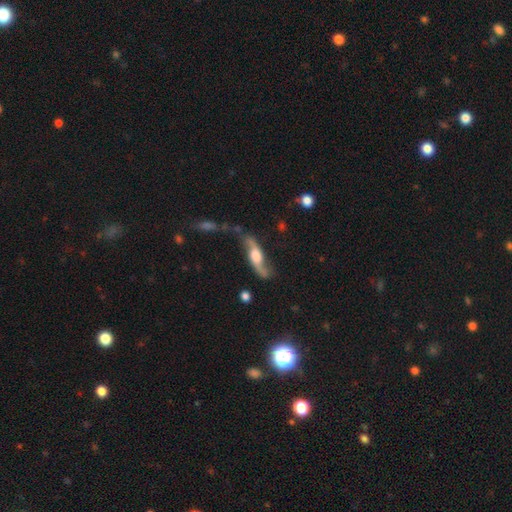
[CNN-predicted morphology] featured or disk 74%, smooth 20%, star or artifact 6%. Down the decision tree: edge-on disk — no (65%); merging — none (59%).